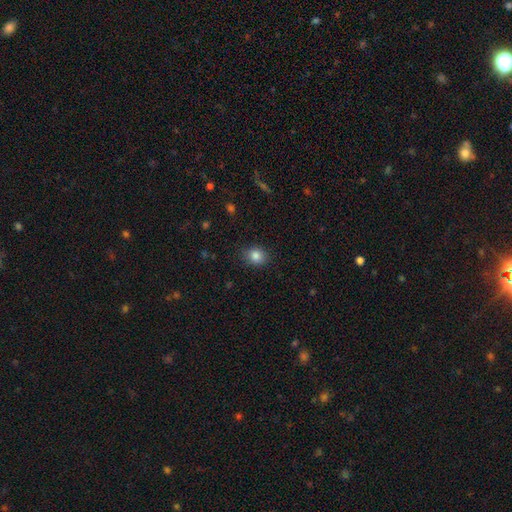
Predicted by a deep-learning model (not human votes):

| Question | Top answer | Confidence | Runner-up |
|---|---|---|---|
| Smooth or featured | smooth | 85% | star or artifact (10%) |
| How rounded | round | 59% | in between (40%) |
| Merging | none | 84% | minor disturbance (12%) |